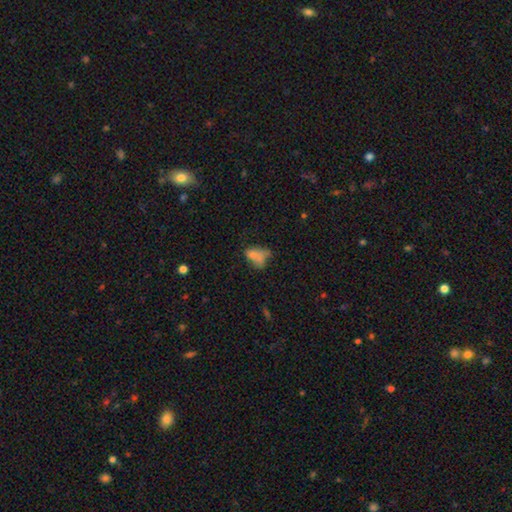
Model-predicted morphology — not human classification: Smooth or featured? Predicted: smooth (p=0.65). How rounded? Predicted: in between (p=0.80). Merging? Predicted: merger (p=0.28).